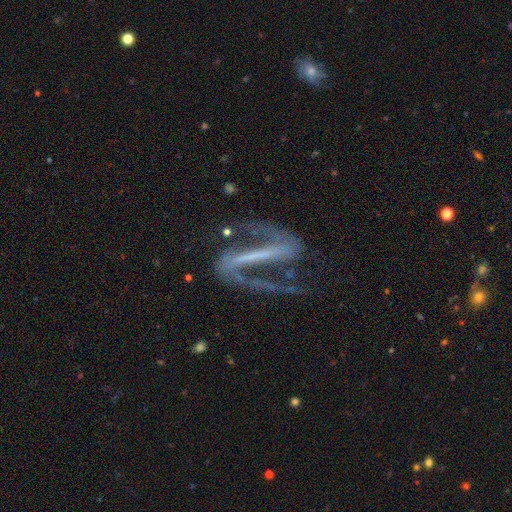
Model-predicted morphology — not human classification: smooth_or_featured: featured or disk (p=0.90) [alt: star or artifact p=0.06]
disk_edge_on: no (p=0.91) [alt: yes p=0.09]
bar: strong (p=0.83) [alt: weak p=0.11]
has_spiral_arms: yes (p=0.94) [alt: no p=0.06]
spiral_winding: loose (p=0.45) [alt: medium p=0.42]
spiral_arm_count: 2 (p=0.92) [alt: 1 p=0.03]
bulge_size: none (p=0.58) [alt: small p=0.32]
merging: none (p=0.65) [alt: major disturbance p=0.17]